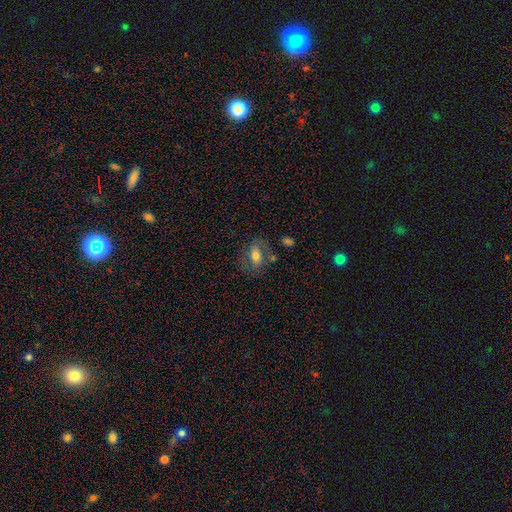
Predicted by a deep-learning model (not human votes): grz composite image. It shows a smooth galaxy with no disk features (62%) that is in between round and cigar-shaped (82%). Merging: none (64%).